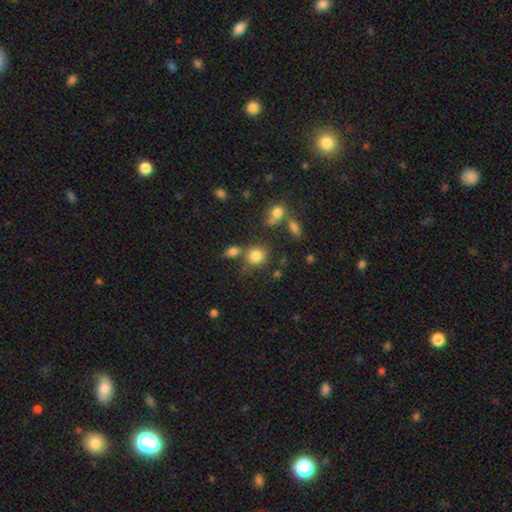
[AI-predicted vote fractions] Q: Smooth or featured?
A: smooth (81%); runner-up: star or artifact (12%)
Q: How rounded?
A: round (75%); runner-up: in between (23%)
Q: Merging?
A: none (60%); runner-up: merger (20%)